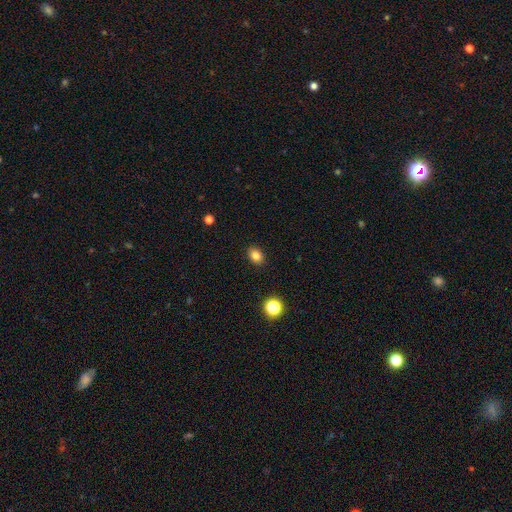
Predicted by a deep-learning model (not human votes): smooth 83%, star or artifact 12%, featured or disk 6%. Down the decision tree: how rounded — in between (67%); merging — none (89%).